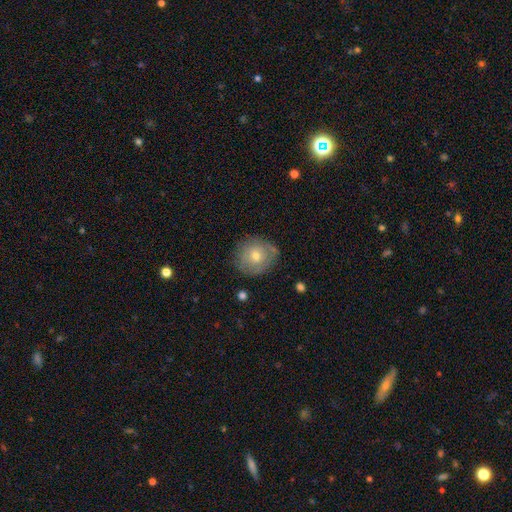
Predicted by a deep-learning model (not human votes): Smooth or featured: smooth — 60% (featured or disk — 31%)
How rounded: round — 85% (in between — 14%)
Merging: none — 74% (minor disturbance — 19%)